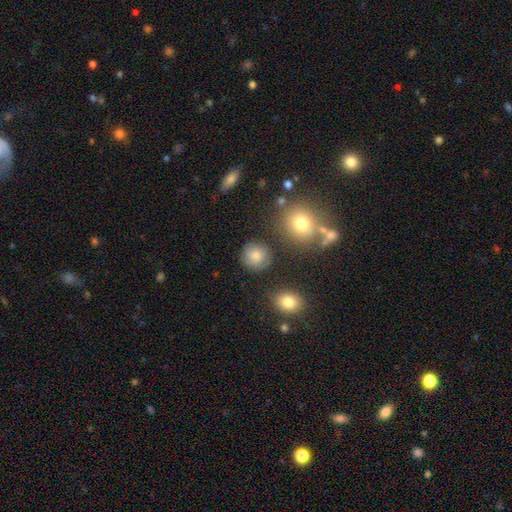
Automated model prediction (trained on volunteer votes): Smooth or featured: smooth — 79% (star or artifact — 11%)
How rounded: round — 90% (in between — 9%)
Merging: none — 83% (minor disturbance — 10%)